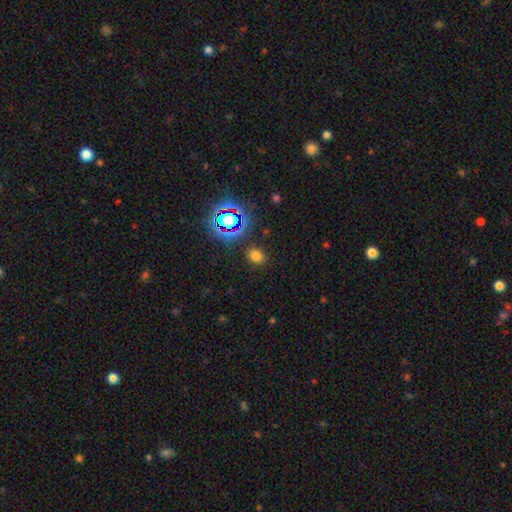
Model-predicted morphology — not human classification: Smooth or featured: smooth — 69% (star or artifact — 25%)
How rounded: round — 75% (in between — 24%)
Merging: none — 86% (minor disturbance — 8%)